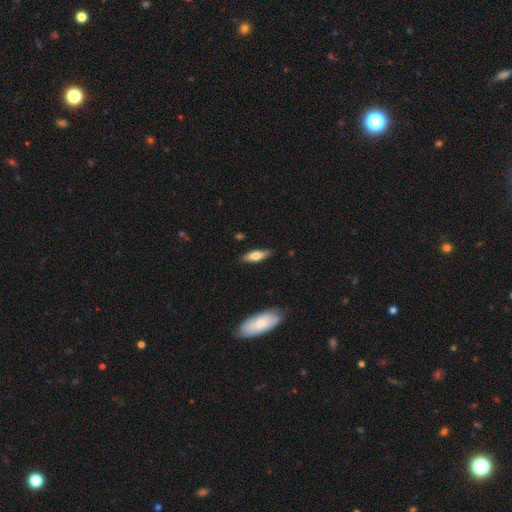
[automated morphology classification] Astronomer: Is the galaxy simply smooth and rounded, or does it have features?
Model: smooth — 66%.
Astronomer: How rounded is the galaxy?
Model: in between — 52% (runner-up: cigar-shaped, 46%).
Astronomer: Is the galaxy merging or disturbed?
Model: none — 85%.